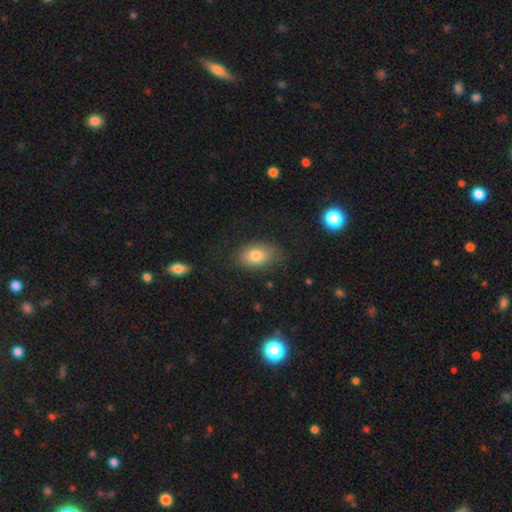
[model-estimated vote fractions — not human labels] This is clearly a smooth galaxy (80%). How rounded: clearly in between (88%). Merging: likely none (79%).